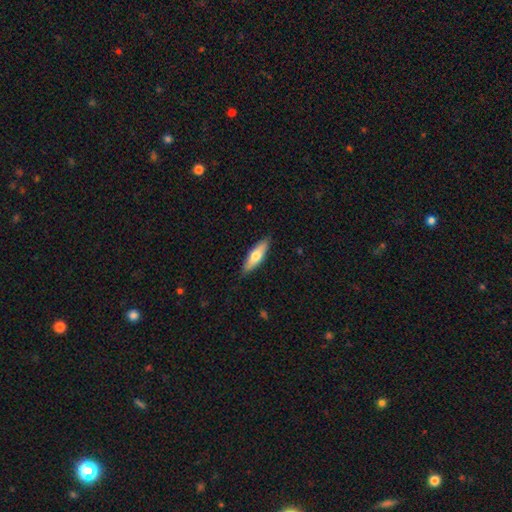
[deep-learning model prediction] Smooth or featured: smooth — 62% (featured or disk — 33%)
How rounded: cigar-shaped — 54% (in between — 44%)
Merging: none — 88% (minor disturbance — 9%)